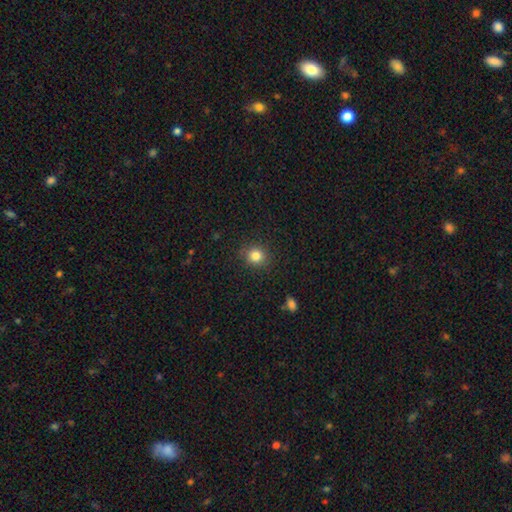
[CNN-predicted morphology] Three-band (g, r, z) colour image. It shows a smooth galaxy with no disk features (83%) that is round (89%). Merging: none (89%).